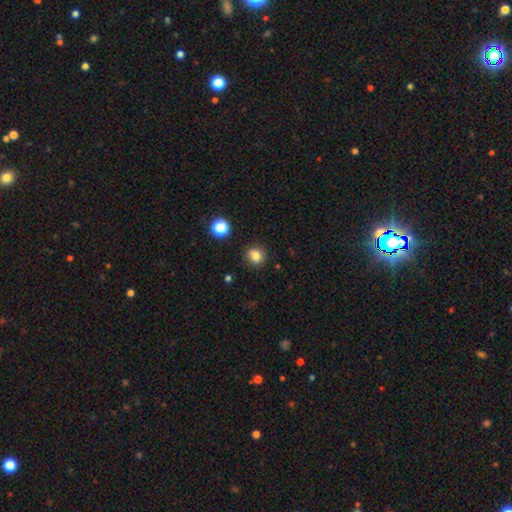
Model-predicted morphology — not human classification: Smooth or featured: smooth — 81% (star or artifact — 12%)
How rounded: round — 83% (in between — 16%)
Merging: none — 87% (minor disturbance — 8%)